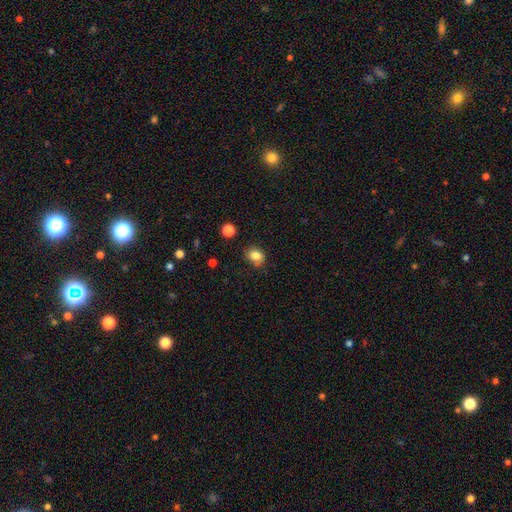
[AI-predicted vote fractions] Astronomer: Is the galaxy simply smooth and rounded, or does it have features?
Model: smooth — 83%.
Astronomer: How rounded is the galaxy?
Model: in between — 53% (runner-up: round, 46%).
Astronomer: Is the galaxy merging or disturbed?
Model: none — 75%.